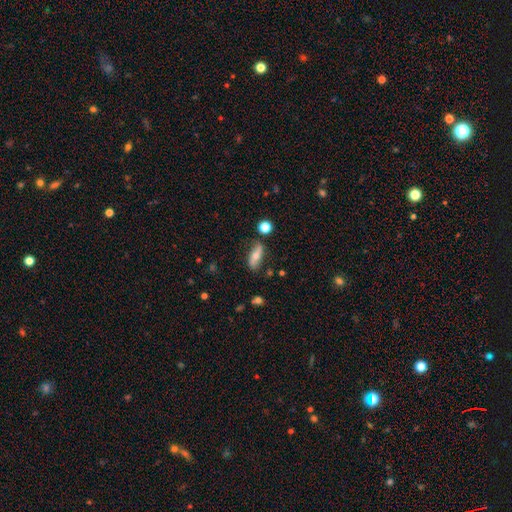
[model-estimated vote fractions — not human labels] This appears to be a smooth galaxy with no disk features (54%) that is in between round and cigar-shaped (64%). Merging: none (76%).